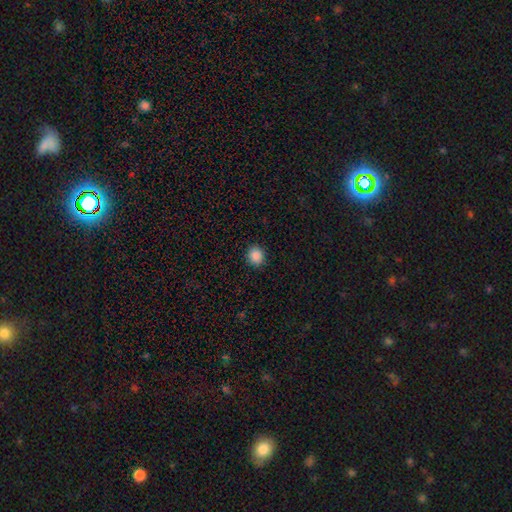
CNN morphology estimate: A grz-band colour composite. It shows a smooth galaxy with no disk features (88%) that is round (81%). Merging: none (91%).